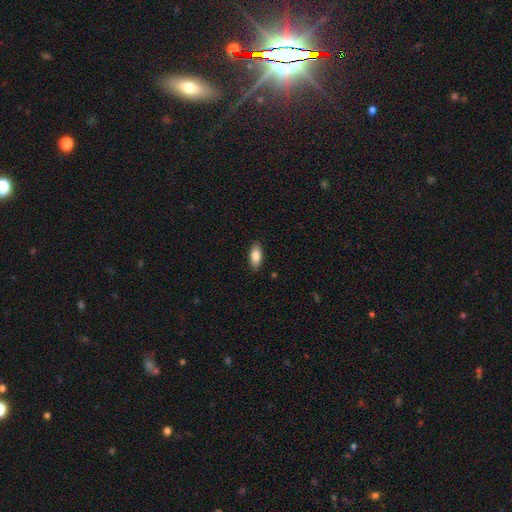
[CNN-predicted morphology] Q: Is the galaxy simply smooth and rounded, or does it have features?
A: smooth — 85%.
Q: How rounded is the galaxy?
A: in between — 85%.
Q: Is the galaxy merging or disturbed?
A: none — 88%.